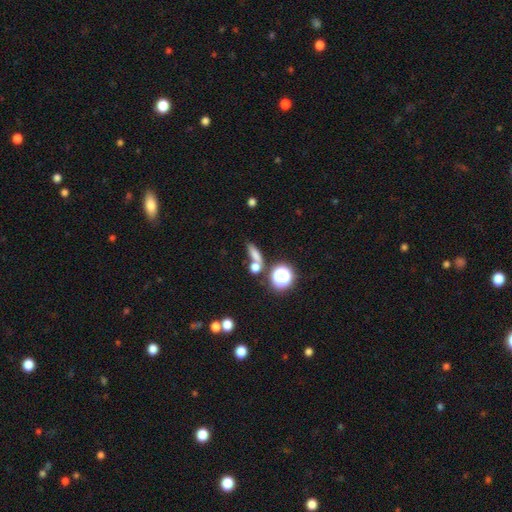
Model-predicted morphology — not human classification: Smooth or featured: smooth — 69% (star or artifact — 19%)
How rounded: in between — 38% (cigar-shaped — 32%)
Merging: none — 54% (merger — 27%)